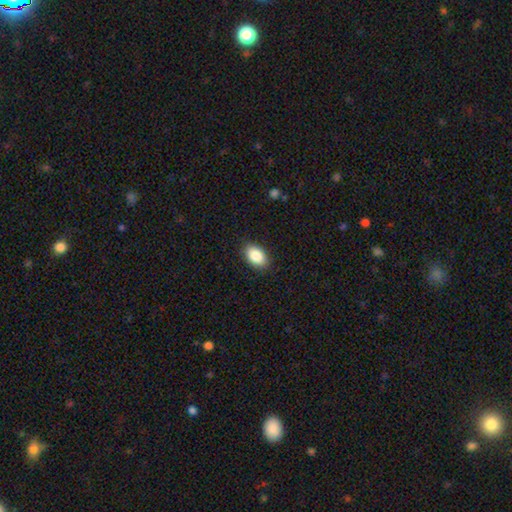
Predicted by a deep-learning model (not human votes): Smooth or featured?
  - smooth: 88% *
  - star or artifact: 7%
  - featured or disk: 5%
How rounded?
  - in between: 91% *
  - round: 8%
  - cigar-shaped: 1%
Merging?
  - none: 89% *
  - minor disturbance: 8%
  - major disturbance: 2%
  - merger: 1%